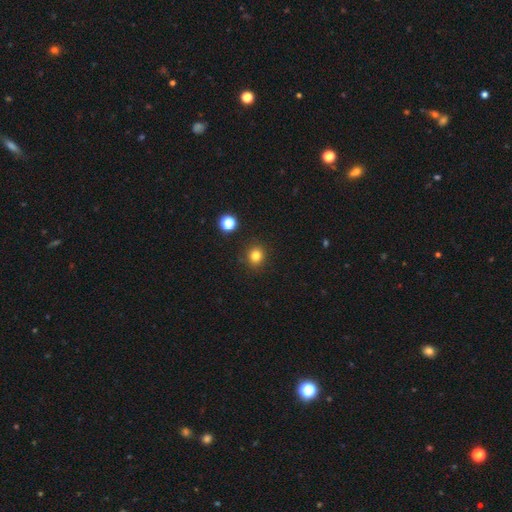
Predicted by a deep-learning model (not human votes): This appears to be a smooth galaxy with no disk features (81%) that is round (87%). Merging: none (89%).